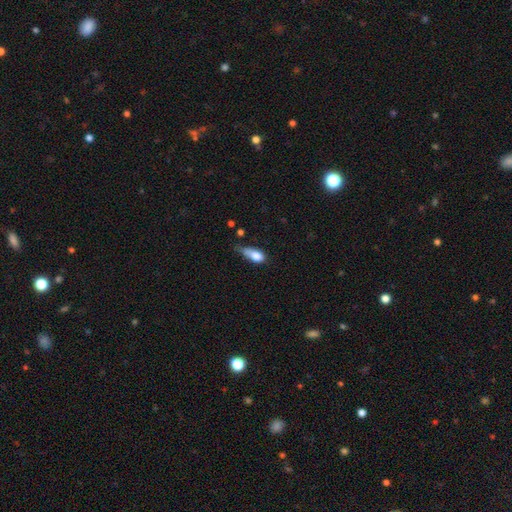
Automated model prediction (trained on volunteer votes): Smooth or featured?
  - smooth: 77% *
  - featured or disk: 14%
  - star or artifact: 8%
How rounded?
  - in between: 80% *
  - cigar-shaped: 12%
  - round: 8%
Merging?
  - minor disturbance: 43% *
  - major disturbance: 26%
  - none: 25%
  - merger: 7%